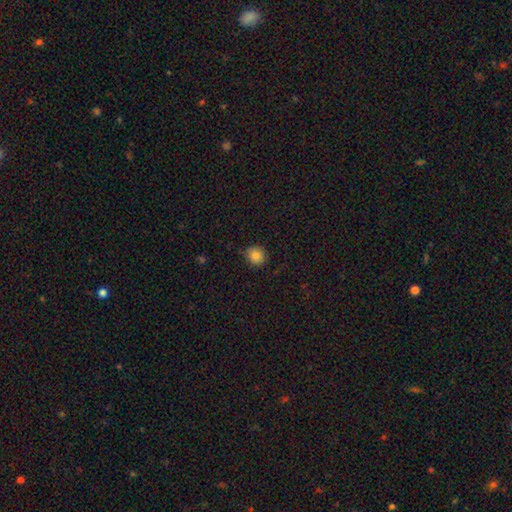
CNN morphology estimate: type=smooth (84%); roundness=round (88%); merging=none (79%).